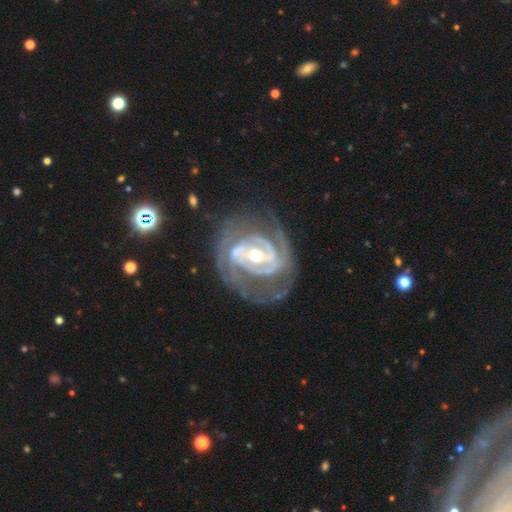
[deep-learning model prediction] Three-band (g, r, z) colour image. It shows a featured or disk galaxy (91%) with a strong bar (39%), 2 (48%) tight (56%) spiral arms (94%) and a moderate central bulge (65%). Merging: none (61%).